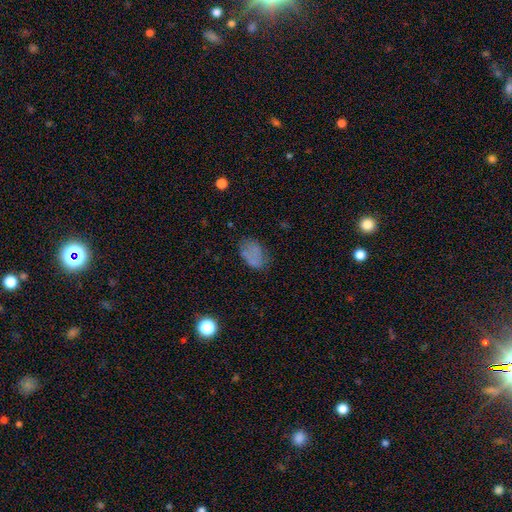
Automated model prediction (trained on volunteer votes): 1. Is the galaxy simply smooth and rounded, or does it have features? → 66% smooth, 18% featured or disk, 15% star or artifact.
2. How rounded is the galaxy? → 85% in between, 13% round, 2% cigar-shaped.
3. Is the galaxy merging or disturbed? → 60% none, 24% minor disturbance, 13% major disturbance, 3% merger.